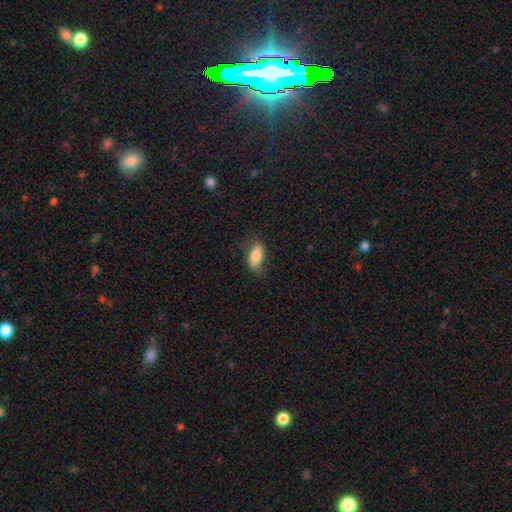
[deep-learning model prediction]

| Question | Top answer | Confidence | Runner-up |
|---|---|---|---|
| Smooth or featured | smooth | 79% | featured or disk (15%) |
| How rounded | in between | 85% | cigar-shaped (12%) |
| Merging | none | 71% | minor disturbance (21%) |